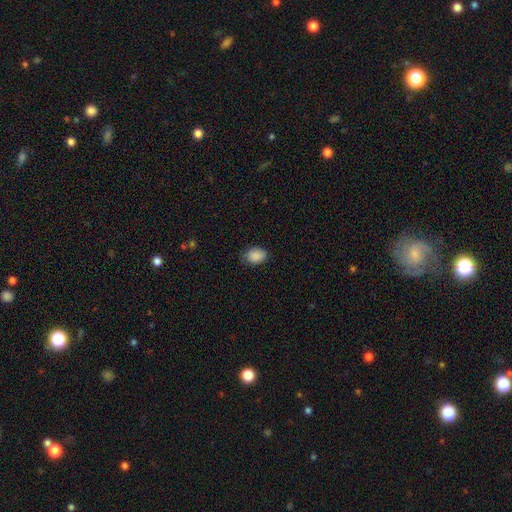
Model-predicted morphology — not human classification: A smooth galaxy with no disk features (89%) that is in between round and cigar-shaped (77%).

Vote fractions:
- Smooth or featured? smooth: 89% / star or artifact: 8% / featured or disk: 4%
- How rounded? in between: 77% / round: 22% / cigar-shaped: 1%
- Merging? none: 78% / minor disturbance: 18% / major disturbance: 3% / merger: 1%